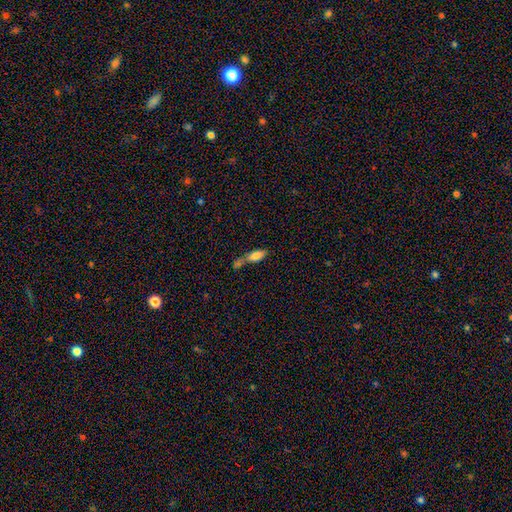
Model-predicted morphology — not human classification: Smooth or featured?
  - smooth: 78% *
  - featured or disk: 14%
  - star or artifact: 9%
How rounded?
  - in between: 74% *
  - cigar-shaped: 22%
  - round: 4%
Merging?
  - merger: 53% *
  - none: 25%
  - minor disturbance: 13%
  - major disturbance: 9%